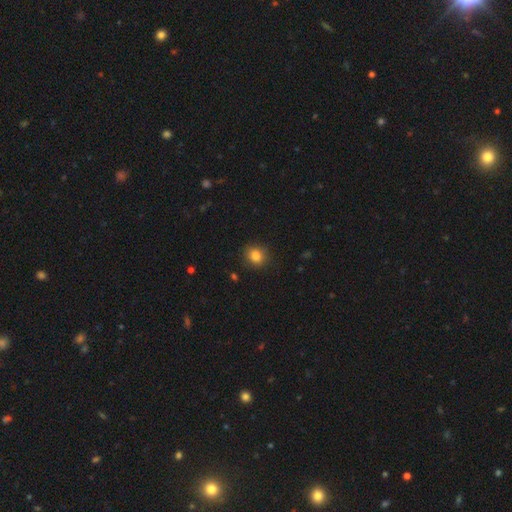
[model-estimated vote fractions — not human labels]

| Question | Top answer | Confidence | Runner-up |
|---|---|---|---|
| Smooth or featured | smooth | 84% | star or artifact (11%) |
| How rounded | round | 74% | in between (25%) |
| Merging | none | 87% | minor disturbance (9%) |